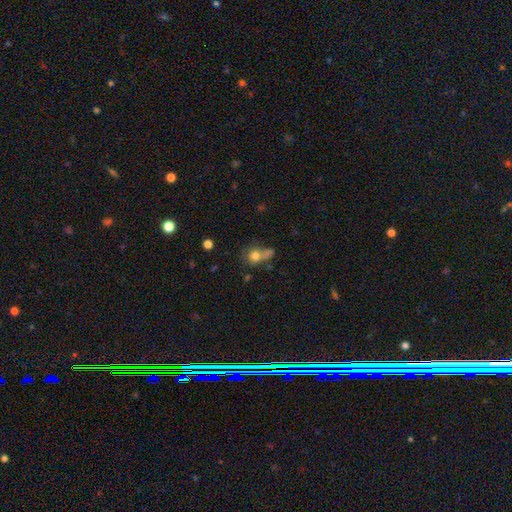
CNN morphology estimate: The model was most divided on "merging": none: 40%, merger: 32%, minor disturbance: 16%, major disturbance: 12%. More confident: smooth or featured — smooth (74%); how rounded — round (74%).